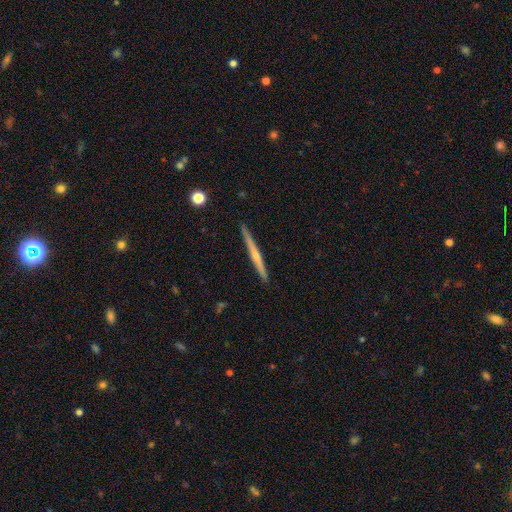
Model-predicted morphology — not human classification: Q: Smooth or featured?
A: featured or disk (69%); runner-up: smooth (24%)
Q: Edge-on disk?
A: yes (98%); runner-up: no (2%)
Q: Edge-on bulge?
A: rounded (67%); runner-up: none (27%)
Q: Merging?
A: none (90%); runner-up: minor disturbance (7%)